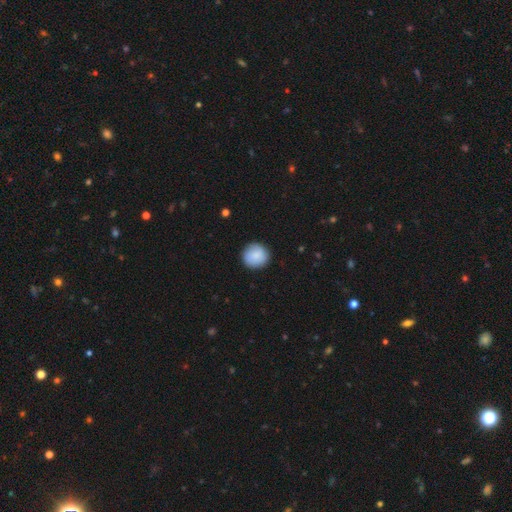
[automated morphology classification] This is clearly a smooth galaxy (88%). How rounded: clearly round (93%). Merging: clearly none (90%).